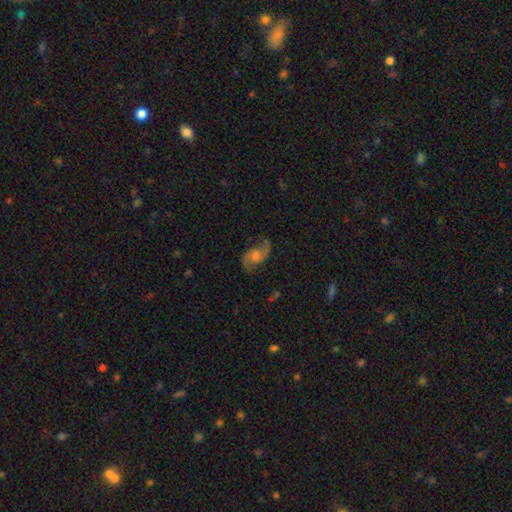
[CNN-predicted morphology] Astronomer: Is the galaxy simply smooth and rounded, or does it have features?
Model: featured or disk — 83%.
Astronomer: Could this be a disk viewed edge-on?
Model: no — 97%.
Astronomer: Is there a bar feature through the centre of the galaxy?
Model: no — 63%.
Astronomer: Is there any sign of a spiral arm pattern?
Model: yes — 96%.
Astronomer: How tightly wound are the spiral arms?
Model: loose — 50% (runner-up: medium, 40%).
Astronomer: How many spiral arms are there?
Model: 2 — 93%.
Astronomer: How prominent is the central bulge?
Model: moderate — 50% (runner-up: small, 27%).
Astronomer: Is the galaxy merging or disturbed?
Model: none — 78%.